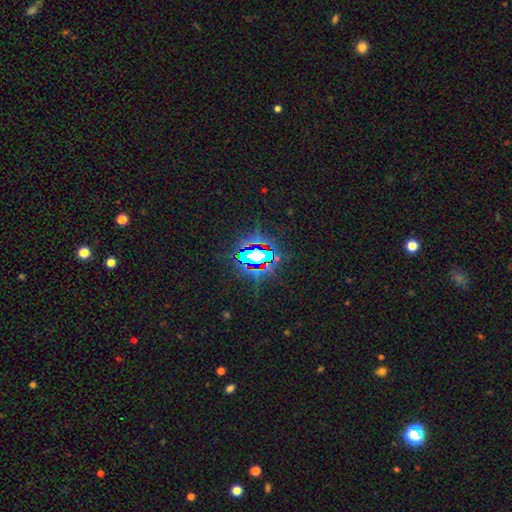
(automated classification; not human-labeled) Q: Smooth or featured?
A: star or artifact (70%); runner-up: smooth (17%)